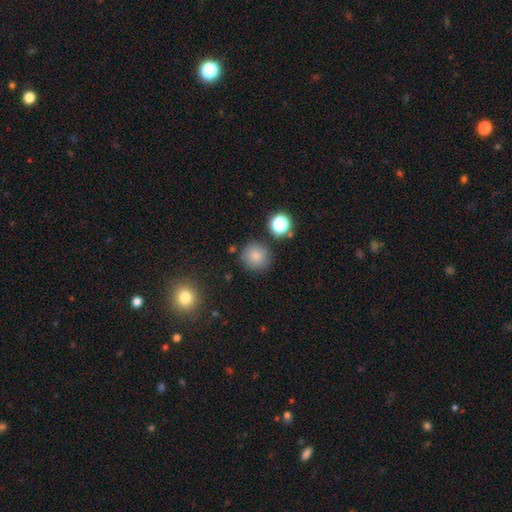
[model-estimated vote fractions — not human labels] Morphology: type=smooth (80%); roundness=round (93%); merging=none (82%).